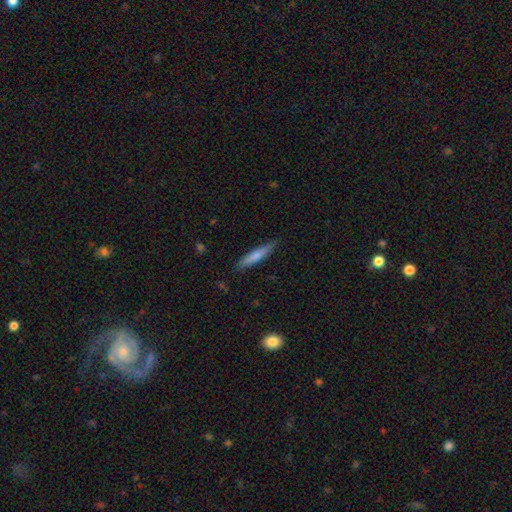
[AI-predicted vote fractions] smooth_or_featured: smooth (p=0.68) [alt: featured or disk p=0.27]
how_rounded: cigar-shaped (p=0.90) [alt: in between p=0.08]
merging: none (p=0.88) [alt: minor disturbance p=0.09]